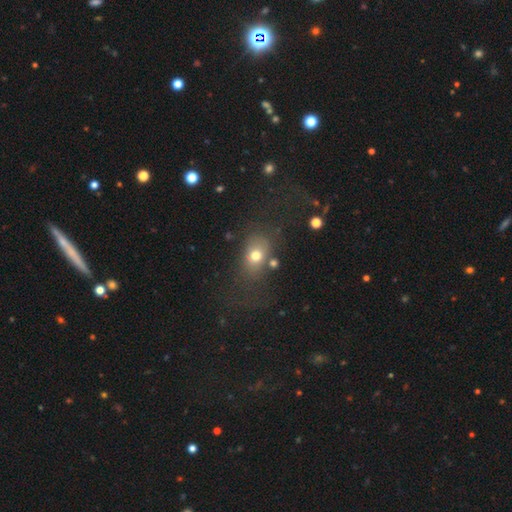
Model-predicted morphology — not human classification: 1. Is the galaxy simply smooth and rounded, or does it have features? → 70% smooth, 15% featured or disk, 15% star or artifact.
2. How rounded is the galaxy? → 60% in between, 37% round, 2% cigar-shaped.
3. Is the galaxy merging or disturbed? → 57% none, 18% minor disturbance, 17% major disturbance, 9% merger.